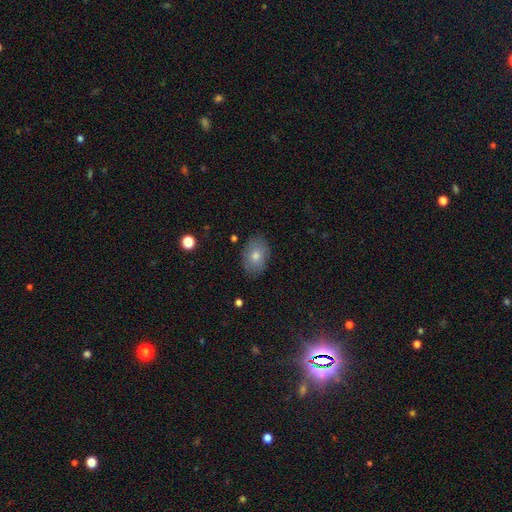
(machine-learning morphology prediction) Smooth or featured? Predicted: smooth (p=0.67). How rounded? Predicted: in between (p=0.80). Merging? Predicted: none (p=0.84).